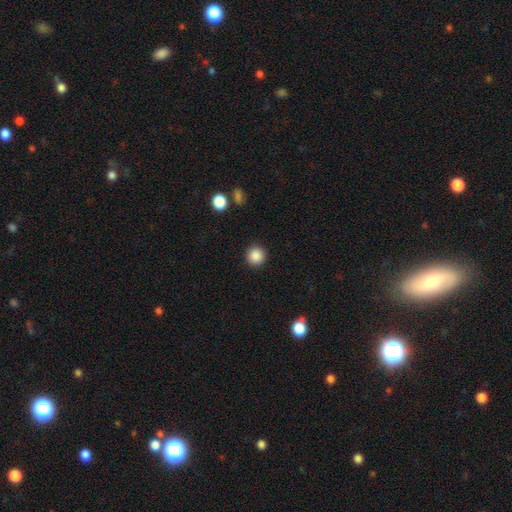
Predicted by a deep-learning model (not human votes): Q: Smooth or featured?
A: smooth (87%); runner-up: star or artifact (10%)
Q: How rounded?
A: round (95%); runner-up: in between (4%)
Q: Merging?
A: none (92%); runner-up: minor disturbance (5%)